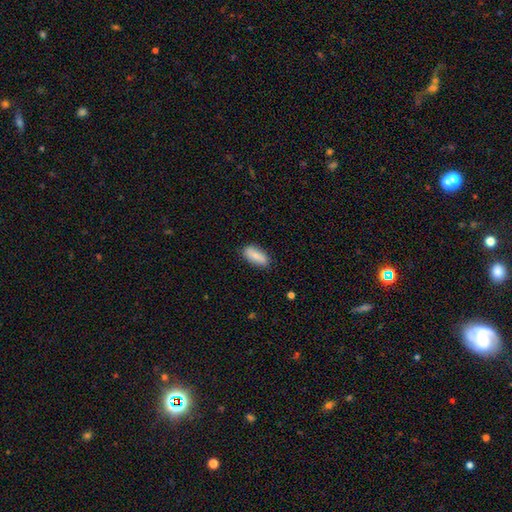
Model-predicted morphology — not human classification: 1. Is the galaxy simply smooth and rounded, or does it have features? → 78% smooth, 16% featured or disk, 6% star or artifact.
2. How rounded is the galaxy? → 84% in between, 13% cigar-shaped, 3% round.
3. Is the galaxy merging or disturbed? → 85% none, 11% minor disturbance, 2% major disturbance, 1% merger.